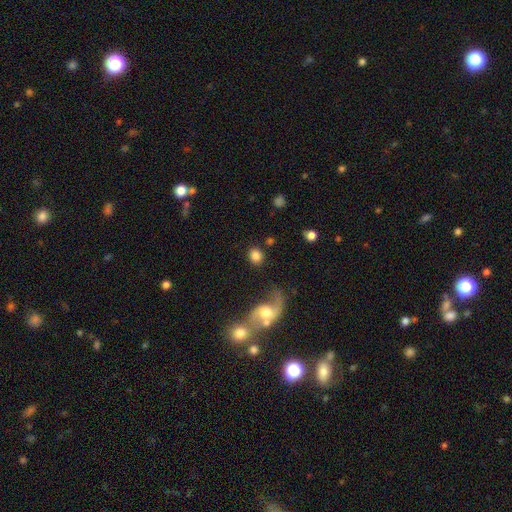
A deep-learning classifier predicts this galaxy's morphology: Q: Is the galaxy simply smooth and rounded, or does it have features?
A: smooth — 79%.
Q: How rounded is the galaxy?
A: round — 73%.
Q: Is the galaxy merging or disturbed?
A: none — 76%.